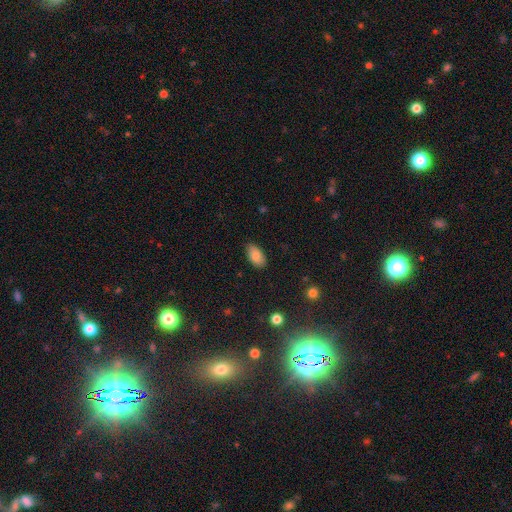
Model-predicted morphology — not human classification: Q: Smooth or featured?
A: smooth (85%); runner-up: featured or disk (8%)
Q: How rounded?
A: in between (94%); runner-up: round (4%)
Q: Merging?
A: none (85%); runner-up: minor disturbance (11%)